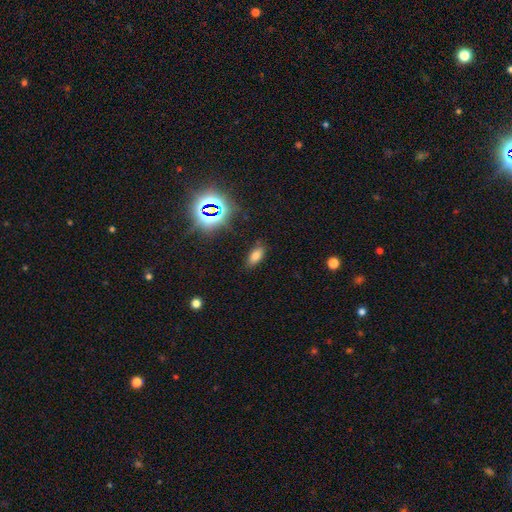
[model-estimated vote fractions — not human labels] Q: Smooth or featured?
A: smooth (70%); runner-up: star or artifact (20%)
Q: How rounded?
A: in between (86%); runner-up: cigar-shaped (10%)
Q: Merging?
A: none (83%); runner-up: minor disturbance (12%)